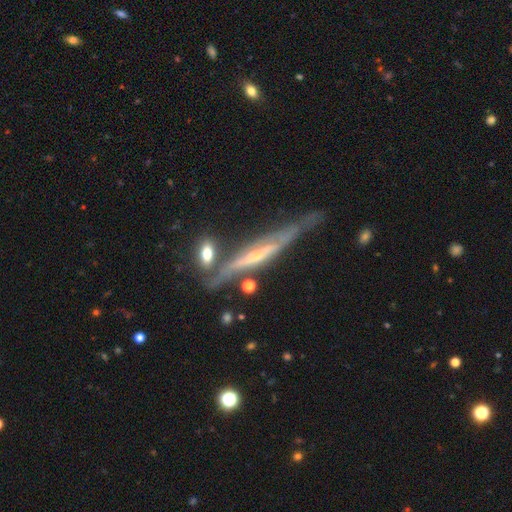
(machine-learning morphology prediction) featured or disk 79%, smooth 15%, star or artifact 6%. Down the decision tree: edge-on disk — yes (89%); edge-on bulge — rounded (46%); merging — none (60%).